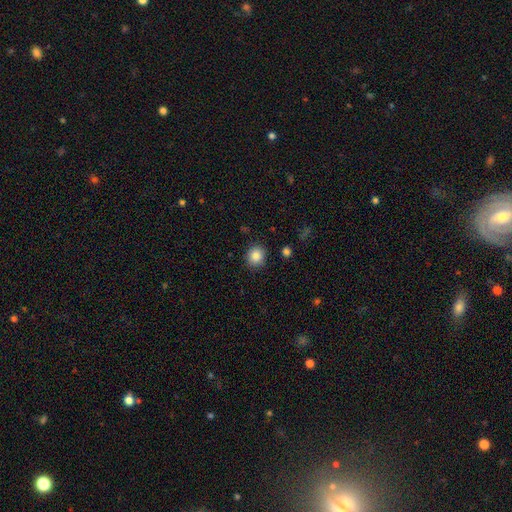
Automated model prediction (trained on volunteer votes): This appears to be a smooth galaxy with no disk features (86%) that is round (82%). Merging: none (88%).